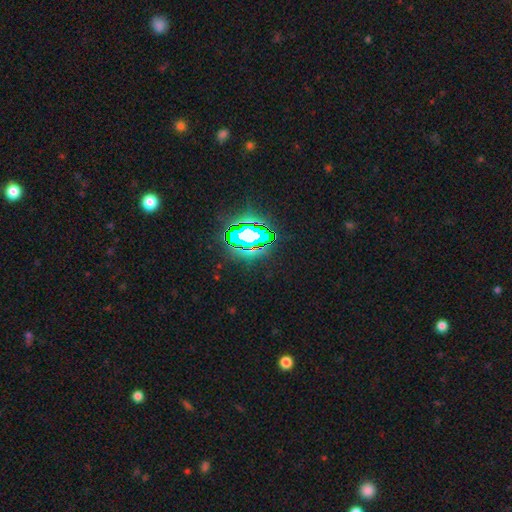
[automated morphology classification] Smooth or featured: star or artifact — 81% (smooth — 12%)